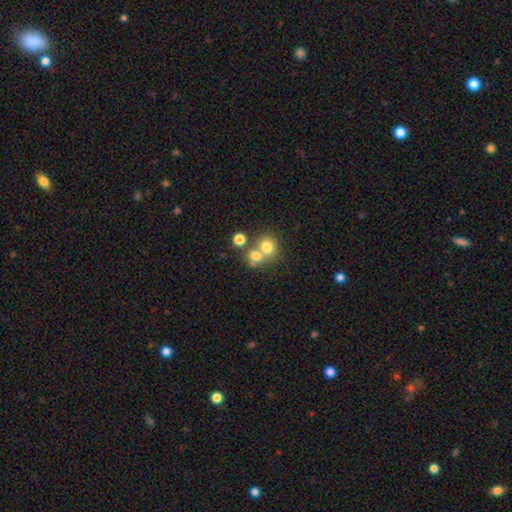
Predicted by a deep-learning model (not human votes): smooth 71%, featured or disk 15%, star or artifact 13%. Down the decision tree: how rounded — round (76%); merging — merger (52%).